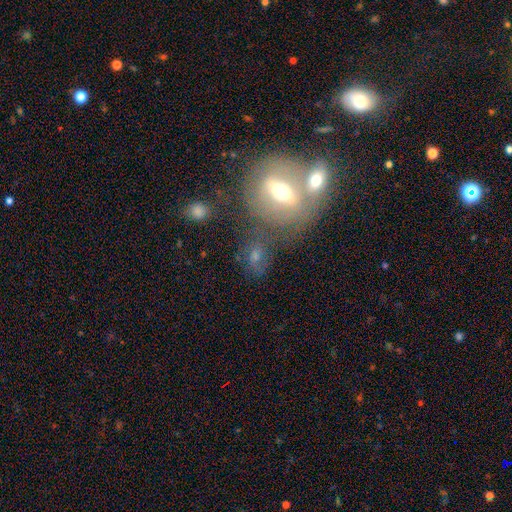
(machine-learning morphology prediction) smooth-or-featured: smooth: 43% | featured or disk: 40% | star or artifact: 17%
  merging: none: 49% | merger: 24% | minor disturbance: 16% | major disturbance: 11%